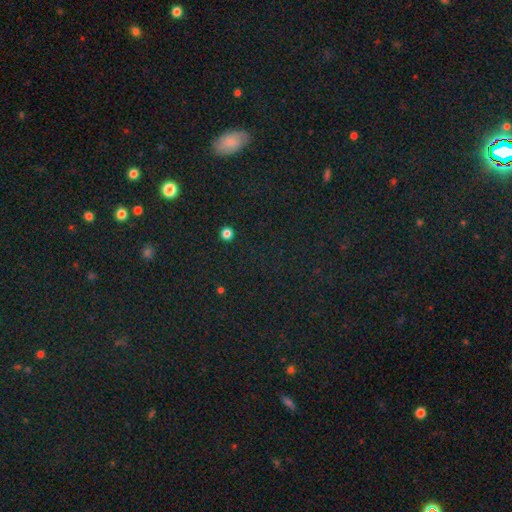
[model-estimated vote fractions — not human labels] star or artifact 65%, smooth 26%, featured or disk 9%.